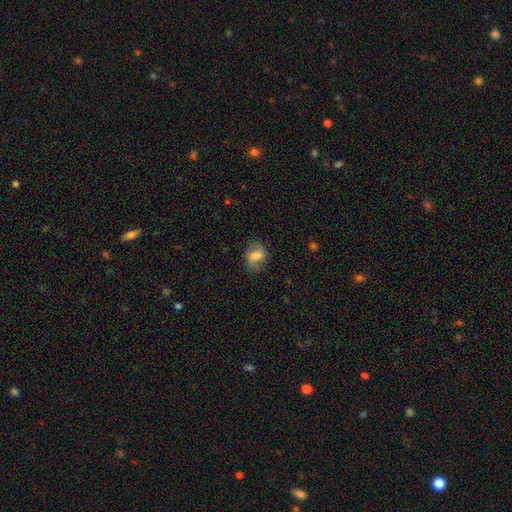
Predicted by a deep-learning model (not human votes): Smooth or featured?
  - smooth: 55% *
  - featured or disk: 36%
  - star or artifact: 9%
How rounded?
  - in between: 56% *
  - round: 42%
  - cigar-shaped: 2%
Merging?
  - none: 73% *
  - minor disturbance: 18%
  - major disturbance: 7%
  - merger: 1%